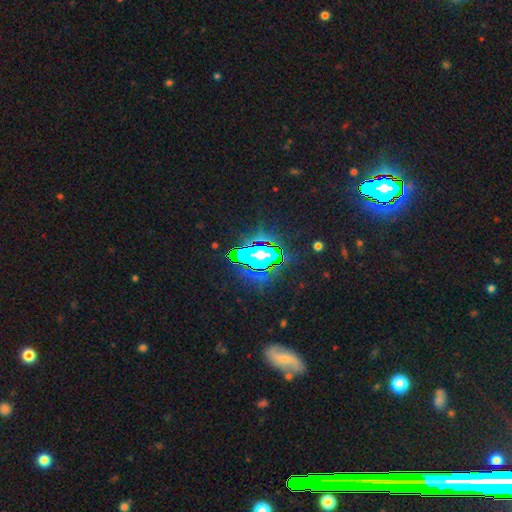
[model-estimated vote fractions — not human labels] The model was most divided on "smooth or featured": star or artifact: 64%, smooth: 21%, featured or disk: 15%.